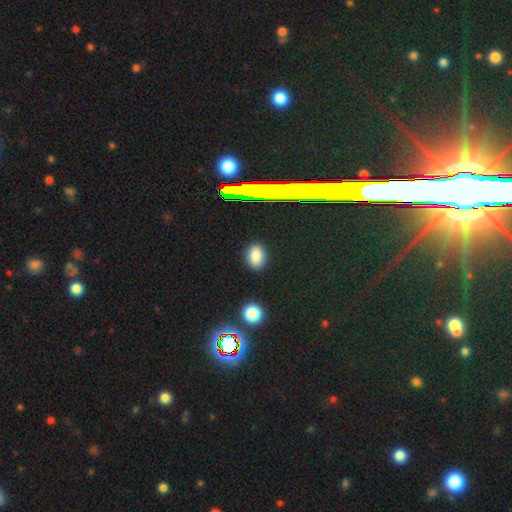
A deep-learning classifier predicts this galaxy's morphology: This is clearly a smooth galaxy (83%). How rounded: clearly in between (85%). Merging: clearly none (87%).